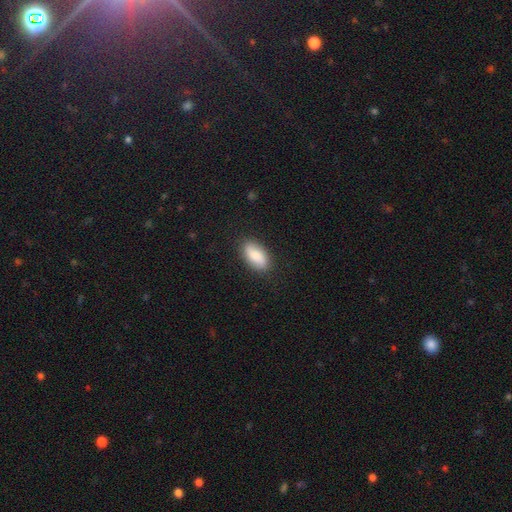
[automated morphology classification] A smooth galaxy with no disk features (82%) that is in between round and cigar-shaped (90%). Merging: none (85%).